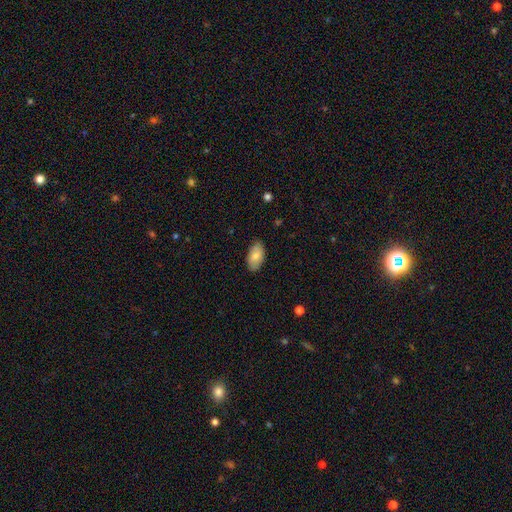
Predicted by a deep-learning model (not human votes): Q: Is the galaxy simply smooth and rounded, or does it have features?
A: smooth — 78%.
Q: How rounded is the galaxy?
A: in between — 95%.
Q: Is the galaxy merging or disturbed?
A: none — 83%.